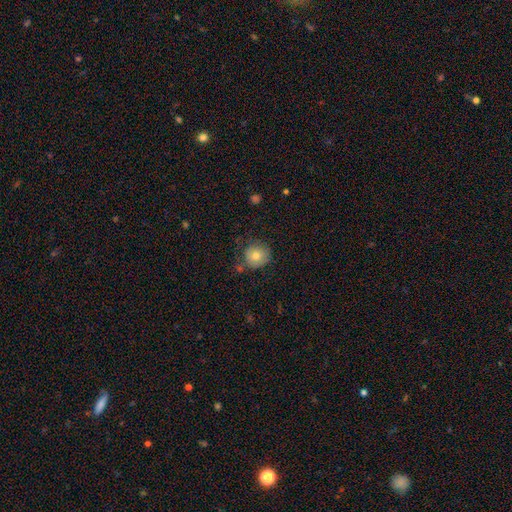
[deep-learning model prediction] This appears to be a smooth galaxy with no disk features (76%) that is round (90%). Merging: none (70%).